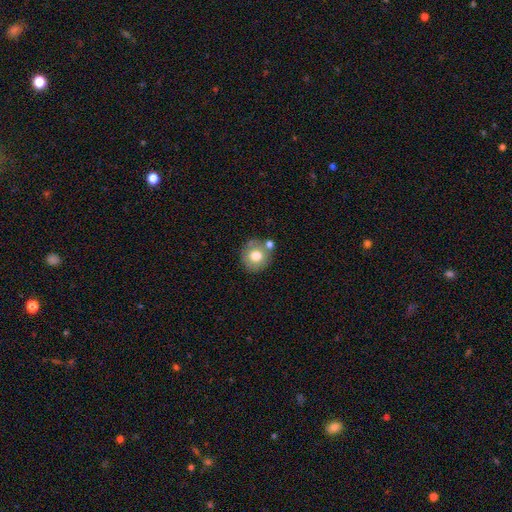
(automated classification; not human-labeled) smooth_or_featured: smooth (p=0.72) [alt: featured or disk p=0.19]
how_rounded: round (p=0.89) [alt: in between p=0.10]
merging: none (p=0.69) [alt: merger p=0.14]